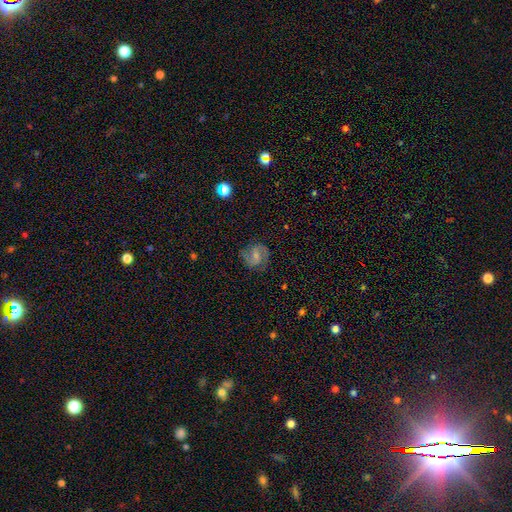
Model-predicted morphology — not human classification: Smooth or featured: featured or disk — 59% (smooth — 32%)
Edge-on disk: no — 98% (yes — 2%)
Bar: weak — 52% (no — 31%)
Spiral arms: yes — 89% (no — 11%)
Spiral winding: medium — 52% (loose — 25%)
Spiral arm count: 2 — 86% (can't tell — 8%)
Bulge size: small — 39% (moderate — 33%)
Merging: none — 74% (minor disturbance — 17%)